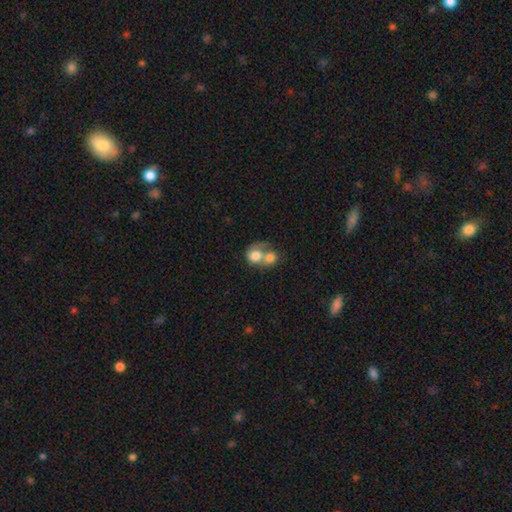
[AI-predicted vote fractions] Overall: smooth (71%). How rounded: round (66%; in between 33%). Merging: merger (75%).